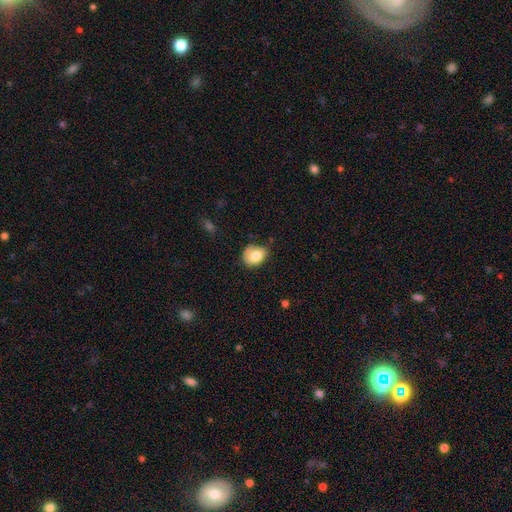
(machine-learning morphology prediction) Smooth or featured? Predicted: smooth (p=0.77). How rounded? Predicted: in between (p=0.53). Merging? Predicted: none (p=0.54).